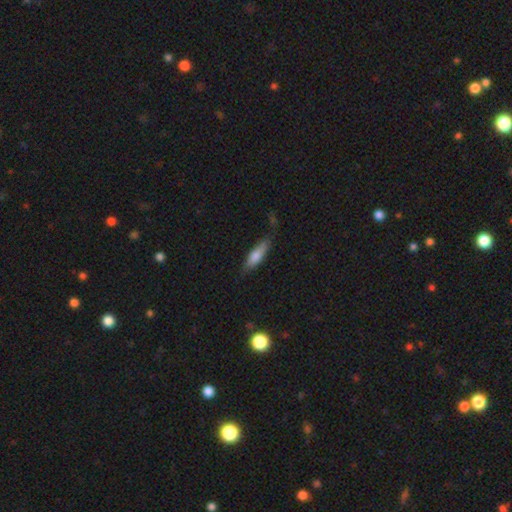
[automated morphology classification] Smooth or featured? Predicted: smooth (p=0.73). How rounded? Predicted: cigar-shaped (p=0.57). Merging? Predicted: none (p=0.67).